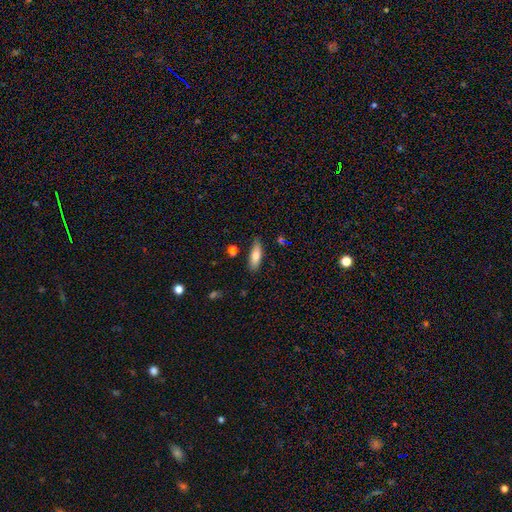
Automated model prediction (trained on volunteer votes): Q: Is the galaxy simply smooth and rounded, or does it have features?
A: smooth — 74%.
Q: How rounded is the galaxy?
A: in between — 56%.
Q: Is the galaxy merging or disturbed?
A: none — 79%.